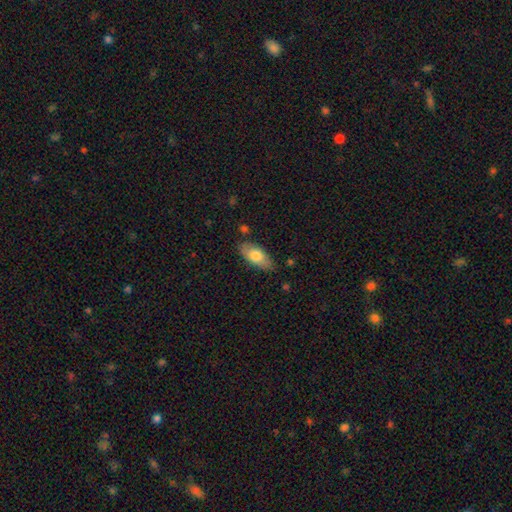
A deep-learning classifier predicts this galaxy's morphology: Smooth or featured? smooth (74%)
How rounded? in between (89%)
Merging? none (79%)